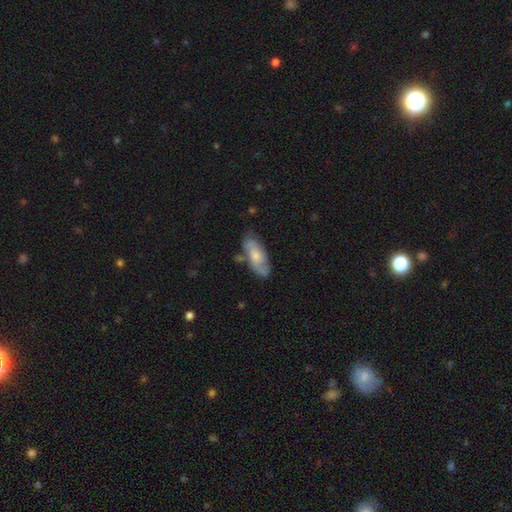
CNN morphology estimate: Smooth or featured?
  - smooth: 53% *
  - featured or disk: 41%
  - star or artifact: 6%
How rounded?
  - in between: 78% *
  - cigar-shaped: 20%
  - round: 3%
Merging?
  - none: 63% *
  - minor disturbance: 24%
  - major disturbance: 7%
  - merger: 6%